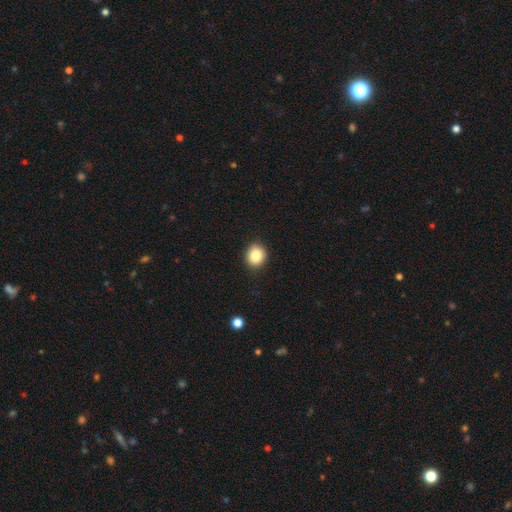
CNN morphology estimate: Q: Smooth or featured?
A: smooth (86%); runner-up: star or artifact (9%)
Q: How rounded?
A: round (70%); runner-up: in between (29%)
Q: Merging?
A: none (88%); runner-up: minor disturbance (9%)